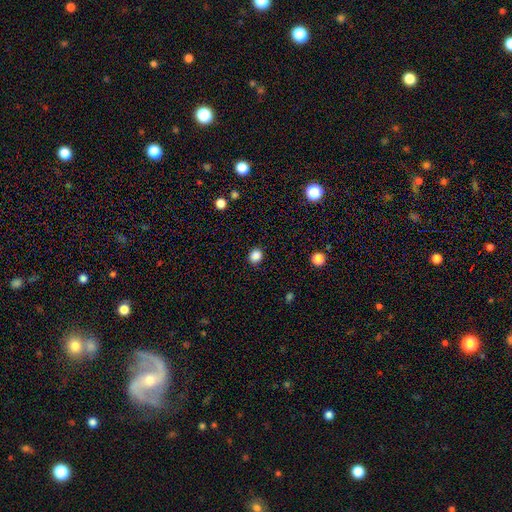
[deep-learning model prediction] Smooth or featured? Predicted: smooth (p=0.86). How rounded? Predicted: round (p=0.75). Merging? Predicted: none (p=0.87).